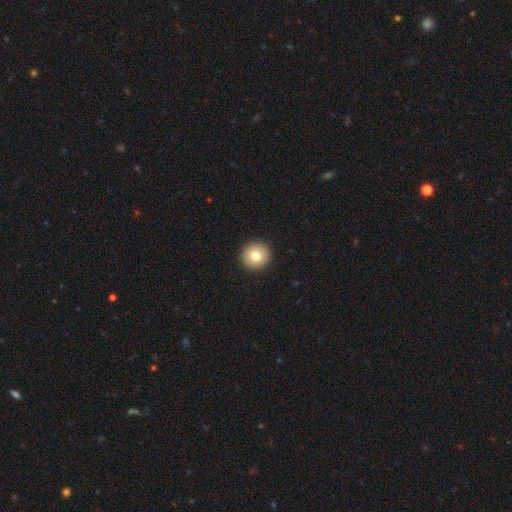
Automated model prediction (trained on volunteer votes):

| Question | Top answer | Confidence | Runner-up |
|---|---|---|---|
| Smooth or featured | smooth | 77% | featured or disk (13%) |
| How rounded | round | 95% | in between (4%) |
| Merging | none | 93% | minor disturbance (4%) |